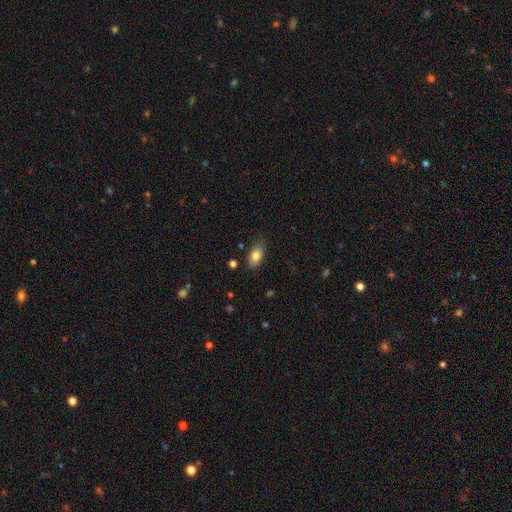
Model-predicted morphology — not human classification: Smooth or featured?
  - smooth: 80% *
  - featured or disk: 12%
  - star or artifact: 8%
How rounded?
  - in between: 90% *
  - cigar-shaped: 6%
  - round: 5%
Merging?
  - none: 80% *
  - minor disturbance: 15%
  - major disturbance: 3%
  - merger: 2%